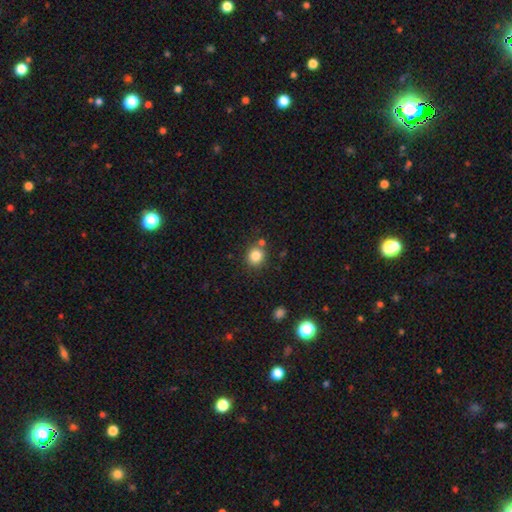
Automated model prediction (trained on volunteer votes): A smooth galaxy with no disk features (83%) that is round (87%).

Vote fractions:
- Smooth or featured? smooth: 83% / star or artifact: 11% / featured or disk: 6%
- How rounded? round: 87% / in between: 12% / cigar-shaped: 1%
- Merging? none: 76% / merger: 11% / minor disturbance: 10% / major disturbance: 3%